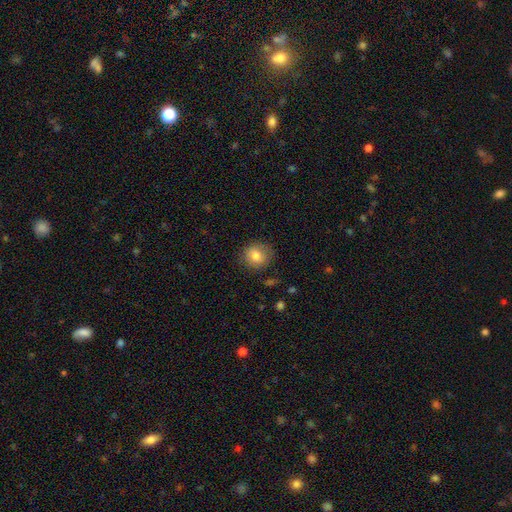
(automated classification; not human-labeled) smooth-or-featured: smooth: 80% | featured or disk: 11% | star or artifact: 9%
  how-rounded: round: 83% | in between: 16% | cigar-shaped: 1%
  merging: none: 81% | minor disturbance: 14% | major disturbance: 4% | merger: 1%